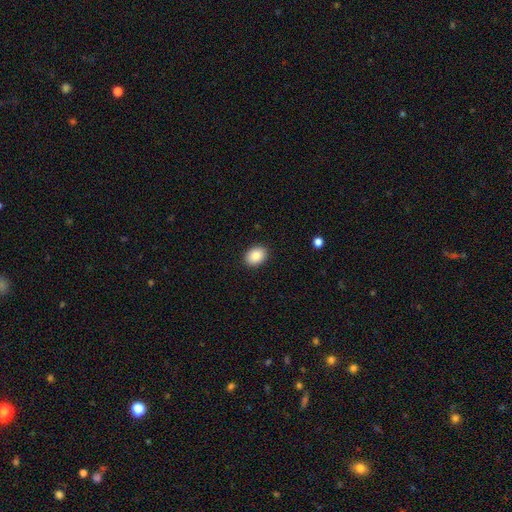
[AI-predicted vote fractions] smooth 87%, star or artifact 8%, featured or disk 5%. Down the decision tree: how rounded — in between (70%); merging — none (90%).